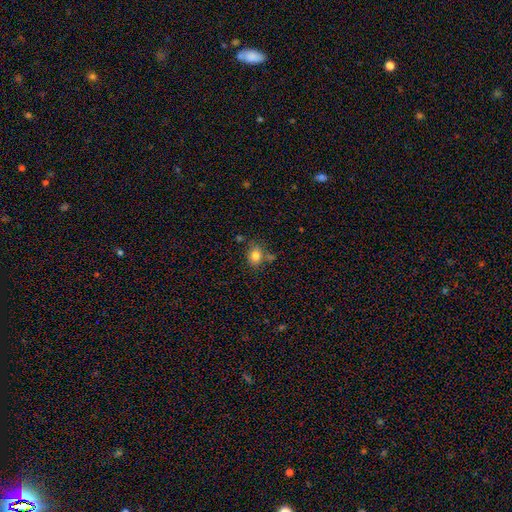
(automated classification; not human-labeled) Q: Smooth or featured?
A: smooth (81%); runner-up: star or artifact (11%)
Q: How rounded?
A: round (56%); runner-up: in between (43%)
Q: Merging?
A: none (70%); runner-up: minor disturbance (16%)